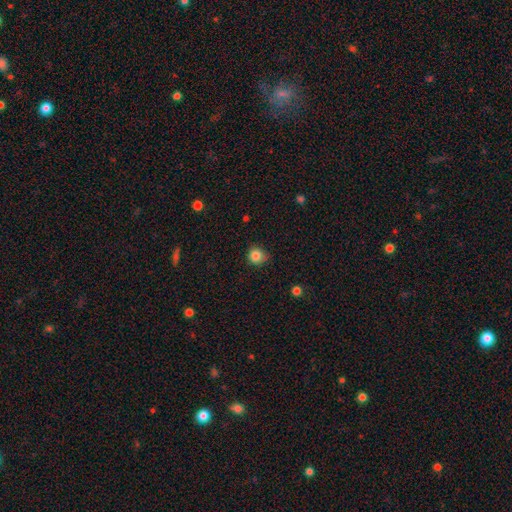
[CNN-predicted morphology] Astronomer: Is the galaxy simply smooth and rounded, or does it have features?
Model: smooth — 84%.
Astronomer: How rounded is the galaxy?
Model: round — 87%.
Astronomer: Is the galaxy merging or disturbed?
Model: none — 74%.